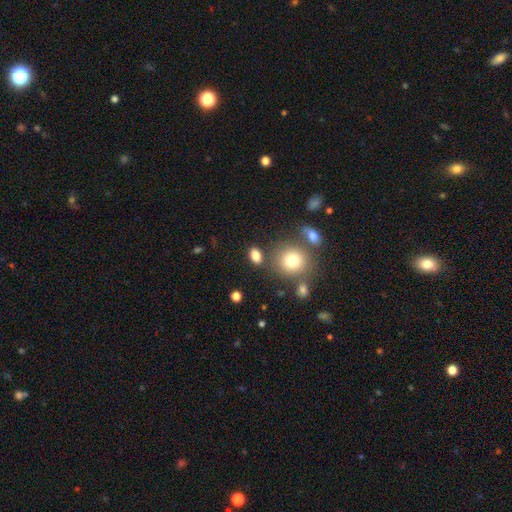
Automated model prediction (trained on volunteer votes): Overall: smooth (81%). How rounded: in between (77%). Merging: none (76%).